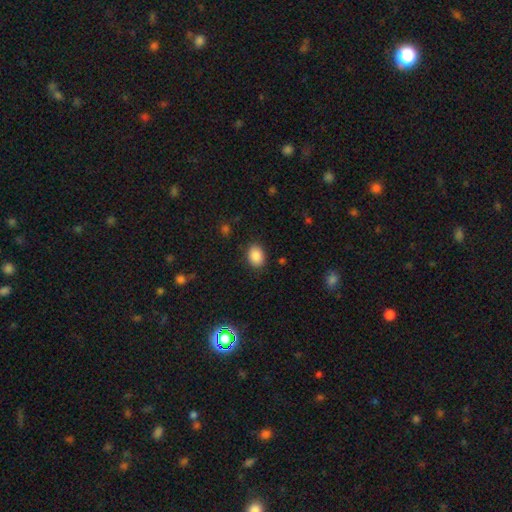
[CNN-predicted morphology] This appears to be a smooth galaxy with no disk features (87%) that is in between round and cigar-shaped (71%). Merging: none (86%).